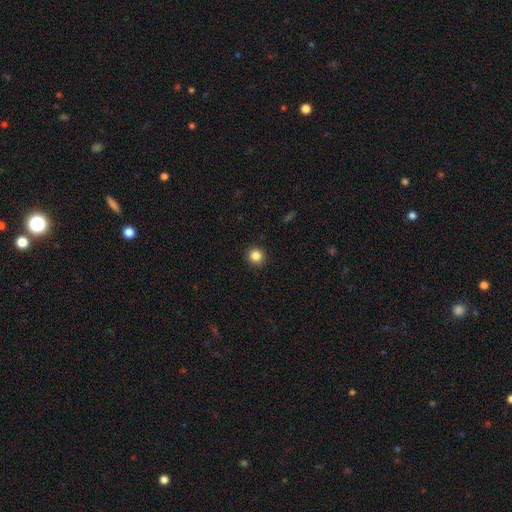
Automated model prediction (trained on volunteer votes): The model was most divided on "smooth or featured": smooth: 85%, star or artifact: 11%, featured or disk: 4%. More confident: merging — none (92%); how rounded — round (92%).